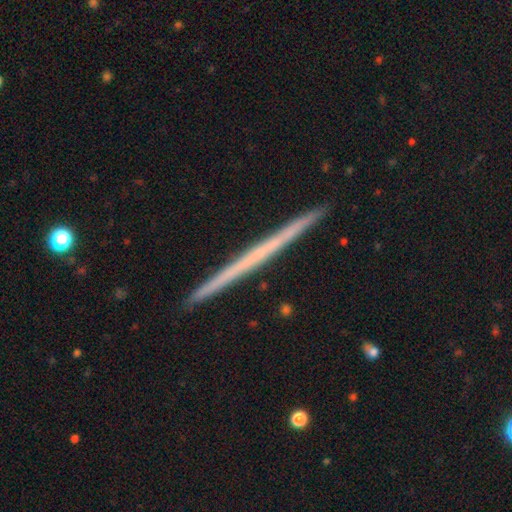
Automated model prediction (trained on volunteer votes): Smooth or featured? Predicted: featured or disk (p=0.62). Edge-on disk? Predicted: yes (p=0.98). Edge-on bulge? Predicted: none (p=0.93). Merging? Predicted: none (p=0.93).